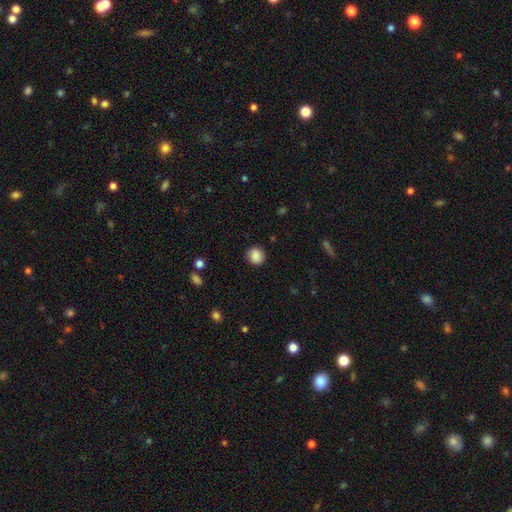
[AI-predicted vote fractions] Smooth or featured?
  - smooth: 87% *
  - star or artifact: 9%
  - featured or disk: 4%
How rounded?
  - round: 82% *
  - in between: 17%
  - cigar-shaped: 1%
Merging?
  - none: 87% *
  - minor disturbance: 9%
  - major disturbance: 3%
  - merger: 1%